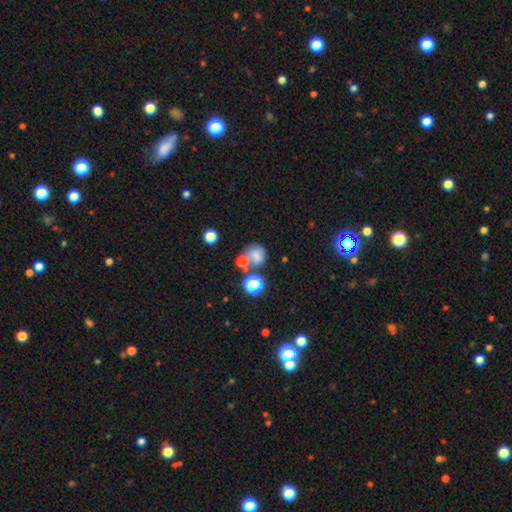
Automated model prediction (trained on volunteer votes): Smooth or featured? smooth (71%)
How rounded? round (75%)
Merging? none (46%)